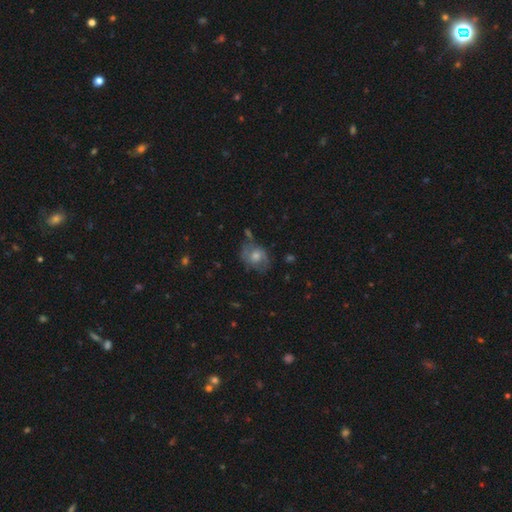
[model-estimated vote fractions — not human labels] smooth_or_featured: featured or disk (p=0.47) [alt: smooth p=0.40]
merging: none (p=0.61) [alt: minor disturbance p=0.23]